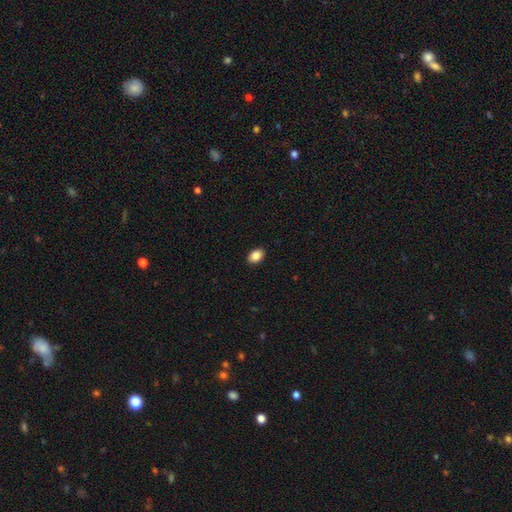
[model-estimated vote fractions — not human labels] smooth 88%, star or artifact 8%, featured or disk 4%. Down the decision tree: how rounded — in between (80%); merging — none (90%).